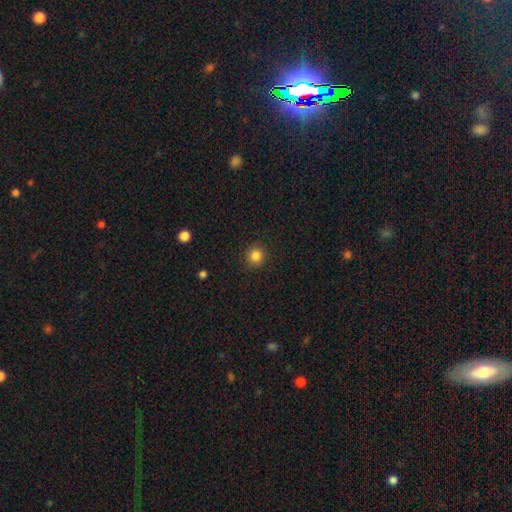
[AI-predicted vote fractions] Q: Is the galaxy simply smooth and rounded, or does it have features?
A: smooth — 84%.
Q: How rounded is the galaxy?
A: round — 86%.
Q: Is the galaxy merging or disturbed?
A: none — 88%.